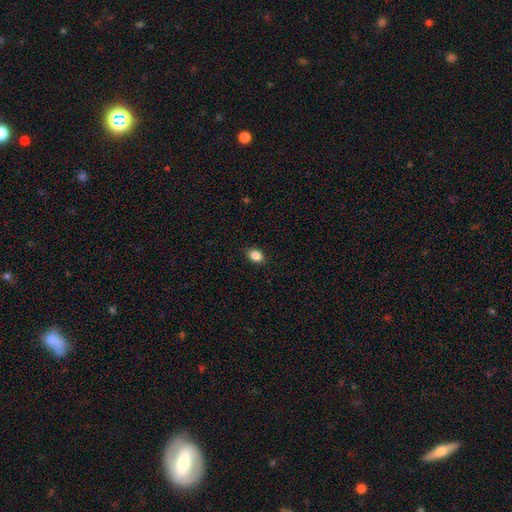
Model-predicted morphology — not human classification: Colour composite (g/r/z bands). It shows a smooth galaxy with no disk features (87%) that is in between round and cigar-shaped (59%). Merging: none (90%).